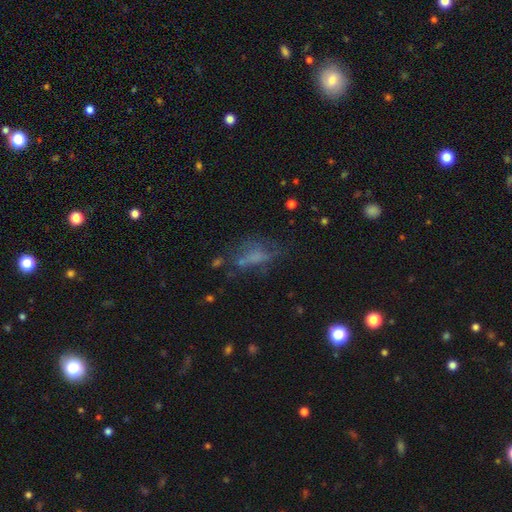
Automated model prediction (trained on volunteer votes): Smooth or featured? smooth (44%)
Merging? none (40%)